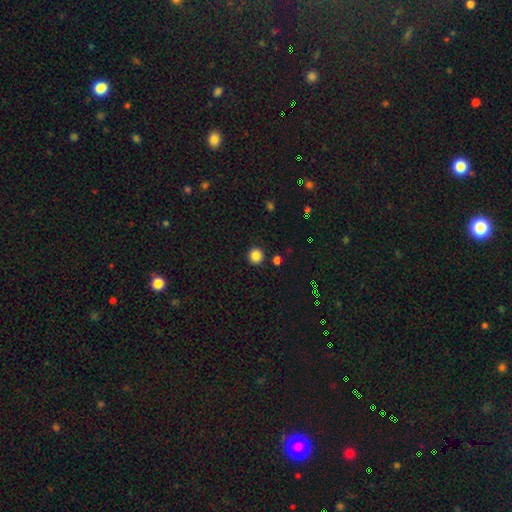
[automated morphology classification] This appears to be a smooth galaxy with no disk features (85%) that is round (93%). Merging: none (90%).